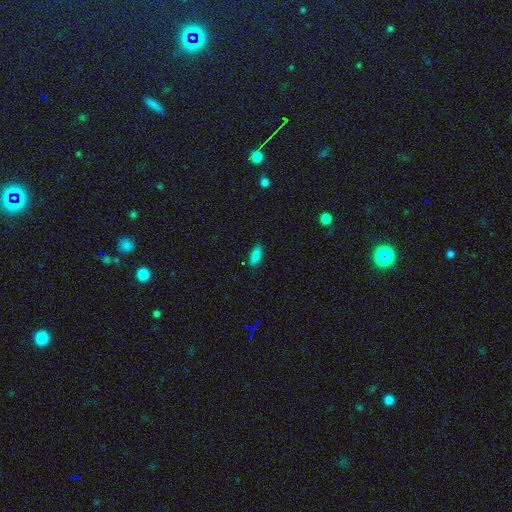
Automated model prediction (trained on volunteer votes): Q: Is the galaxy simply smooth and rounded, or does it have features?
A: smooth — 84%.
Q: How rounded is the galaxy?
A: in between — 69%.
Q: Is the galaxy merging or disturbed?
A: none — 86%.